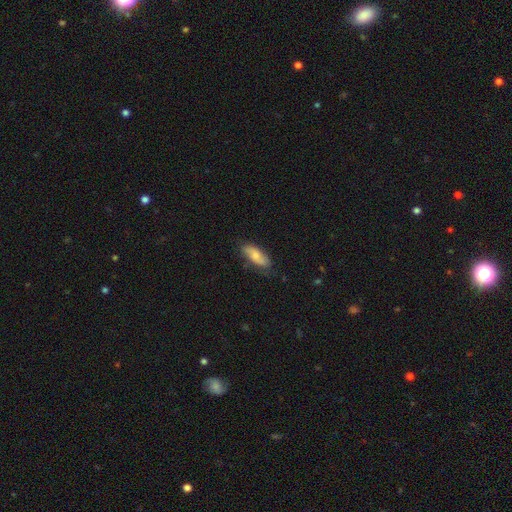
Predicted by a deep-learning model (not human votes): smooth_or_featured: smooth (p=0.65) [alt: featured or disk p=0.29]
how_rounded: in between (p=0.75) [alt: cigar-shaped p=0.23]
merging: none (p=0.71) [alt: minor disturbance p=0.22]